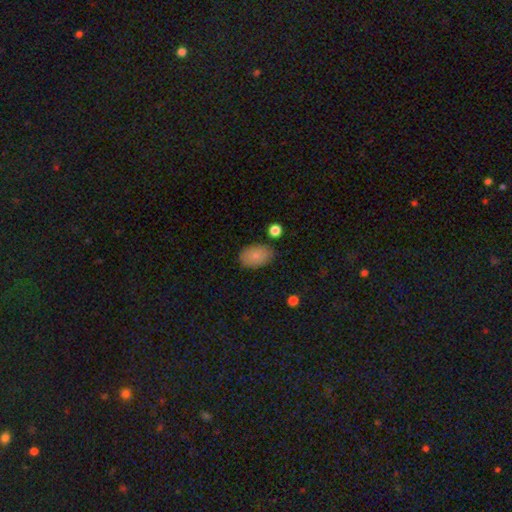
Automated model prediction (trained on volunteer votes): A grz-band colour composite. It shows a smooth galaxy with no disk features (86%) that is in between round and cigar-shaped (87%). Merging: none (82%).